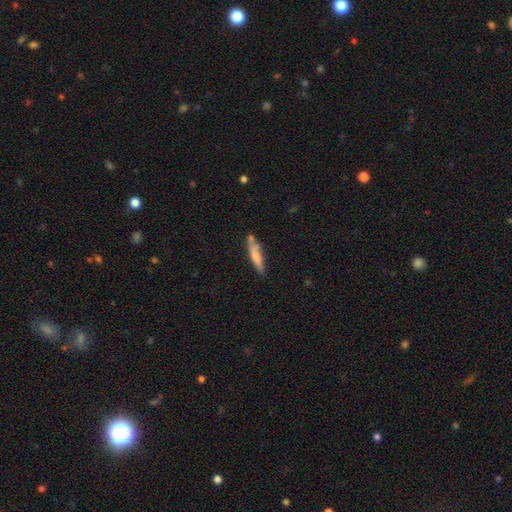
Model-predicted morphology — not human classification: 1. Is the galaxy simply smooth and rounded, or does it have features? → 71% smooth, 23% featured or disk, 6% star or artifact.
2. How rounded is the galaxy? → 86% cigar-shaped, 13% in between, 1% round.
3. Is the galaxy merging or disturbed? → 64% none, 21% minor disturbance, 11% merger, 5% major disturbance.